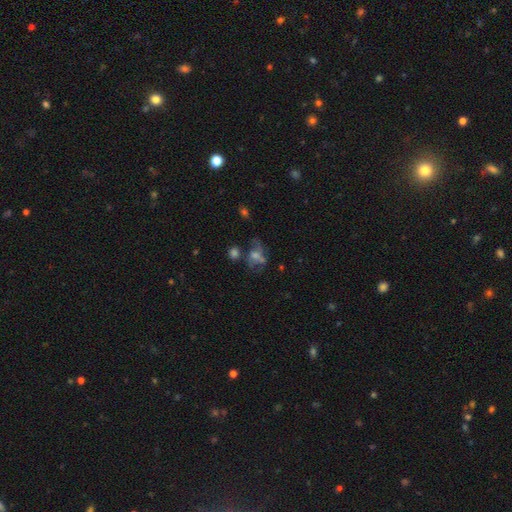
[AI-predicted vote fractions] featured or disk 48%, smooth 29%, star or artifact 24%. Down the decision tree: merging — none (41%).